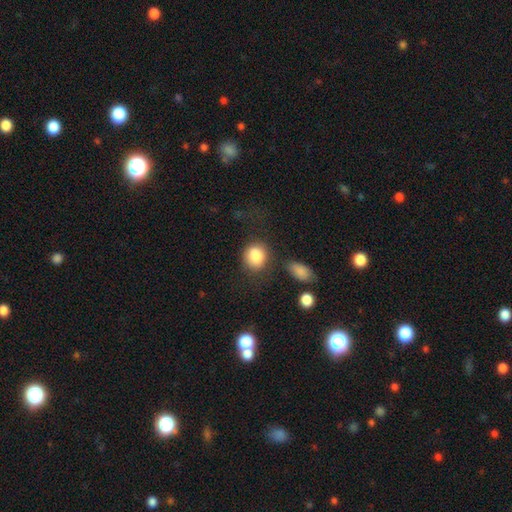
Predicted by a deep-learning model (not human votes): Smooth or featured?
  - smooth: 86% *
  - star or artifact: 8%
  - featured or disk: 7%
How rounded?
  - round: 60% *
  - in between: 39%
  - cigar-shaped: 1%
Merging?
  - none: 61% *
  - minor disturbance: 19%
  - major disturbance: 10%
  - merger: 10%